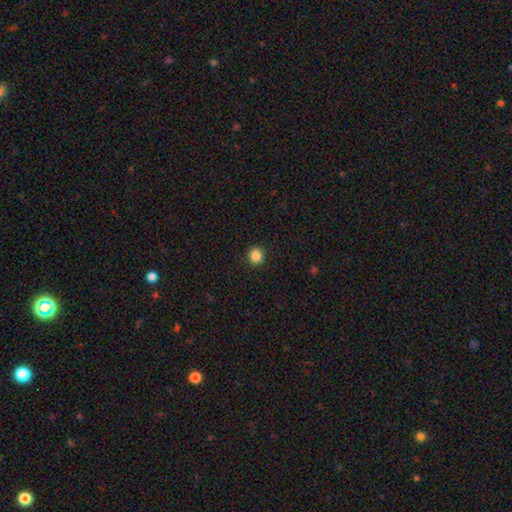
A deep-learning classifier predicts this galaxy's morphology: A smooth galaxy with no disk features (86%) that is round (91%). Merging: none (92%).